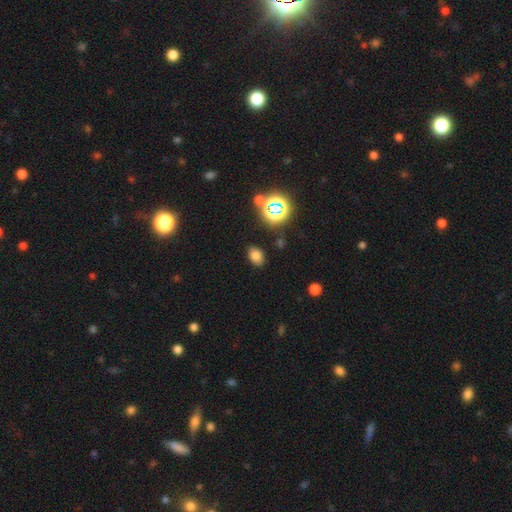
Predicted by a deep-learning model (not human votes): A smooth galaxy with no disk features (73%) that is in between round and cigar-shaped (79%). Merging: none (85%).